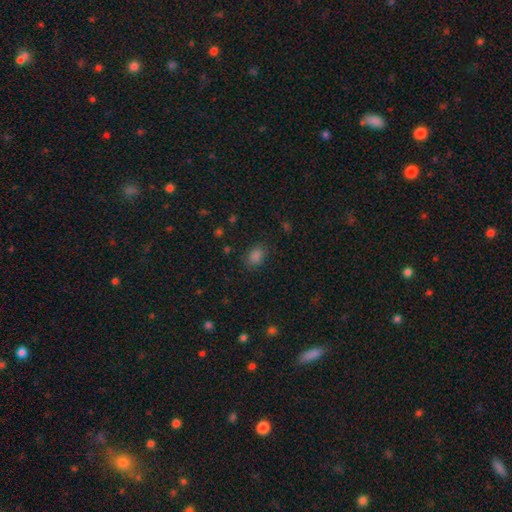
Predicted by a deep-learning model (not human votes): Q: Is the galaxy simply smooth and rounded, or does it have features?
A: smooth — 81%.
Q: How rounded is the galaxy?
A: in between — 73%.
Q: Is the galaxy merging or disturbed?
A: none — 82%.